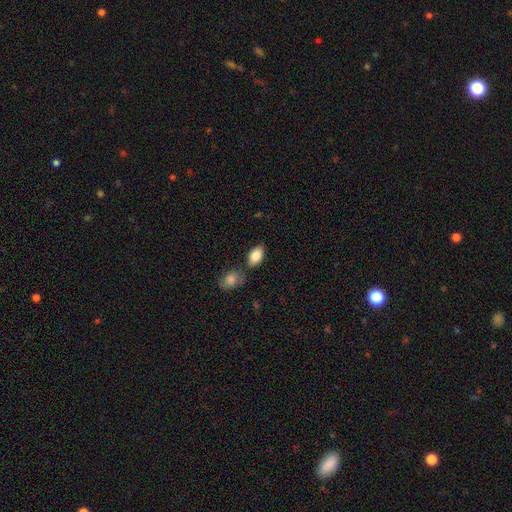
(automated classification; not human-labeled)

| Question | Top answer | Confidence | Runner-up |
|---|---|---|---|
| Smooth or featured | smooth | 85% | featured or disk (8%) |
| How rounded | in between | 93% | round (5%) |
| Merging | none | 72% | minor disturbance (13%) |